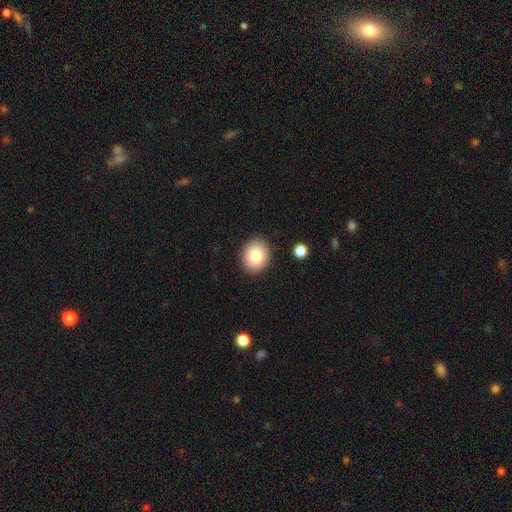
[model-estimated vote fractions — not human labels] smooth_or_featured: smooth (p=0.84) [alt: star or artifact p=0.08]
how_rounded: round (p=0.59) [alt: in between p=0.40]
merging: none (p=0.88) [alt: minor disturbance p=0.08]